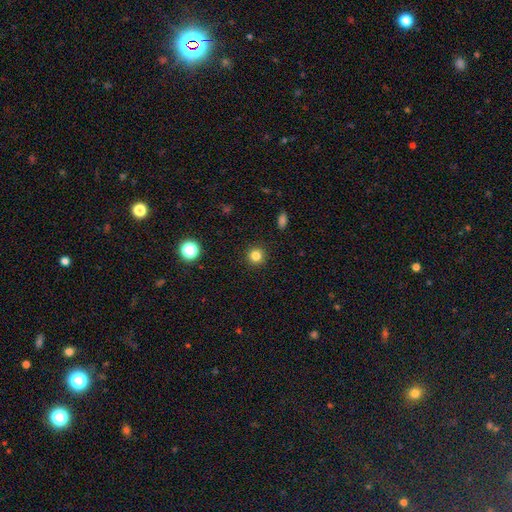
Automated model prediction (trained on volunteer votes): Smooth or featured?
  - smooth: 83% *
  - star or artifact: 13%
  - featured or disk: 5%
How rounded?
  - round: 94% *
  - in between: 5%
  - cigar-shaped: 1%
Merging?
  - none: 92% *
  - minor disturbance: 5%
  - major disturbance: 2%
  - merger: 1%